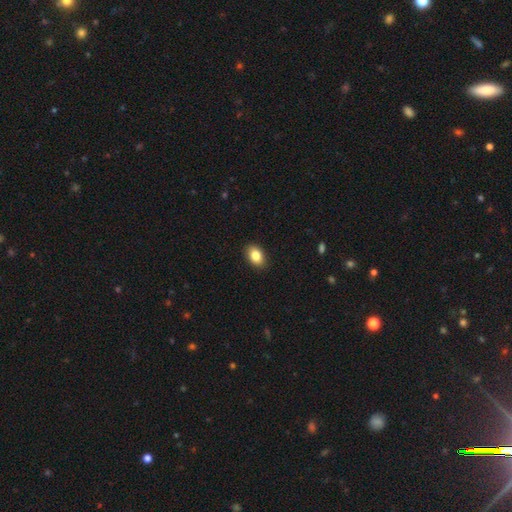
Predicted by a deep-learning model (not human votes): Smooth or featured?
  - smooth: 85% *
  - star or artifact: 8%
  - featured or disk: 7%
How rounded?
  - in between: 84% *
  - round: 15%
  - cigar-shaped: 1%
Merging?
  - none: 90% *
  - minor disturbance: 8%
  - major disturbance: 2%
  - merger: 1%